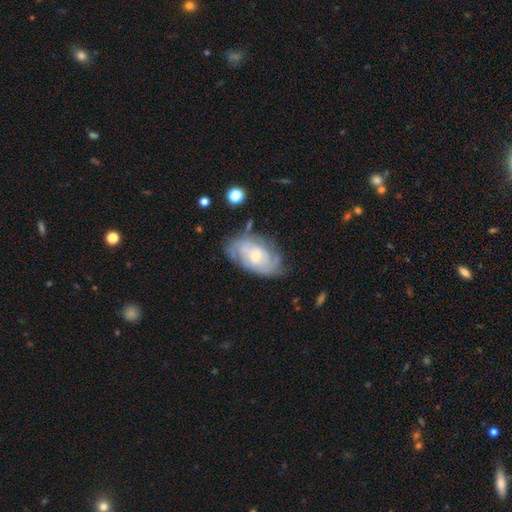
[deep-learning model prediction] Smooth or featured? featured or disk (74%)
Edge-on disk? no (95%)
Bar? no (61%)
Spiral arms? yes (88%)
Spiral winding? tight (55%)
Spiral arm count? can't tell (40%)
Bulge size? small (58%)
Merging? none (67%)